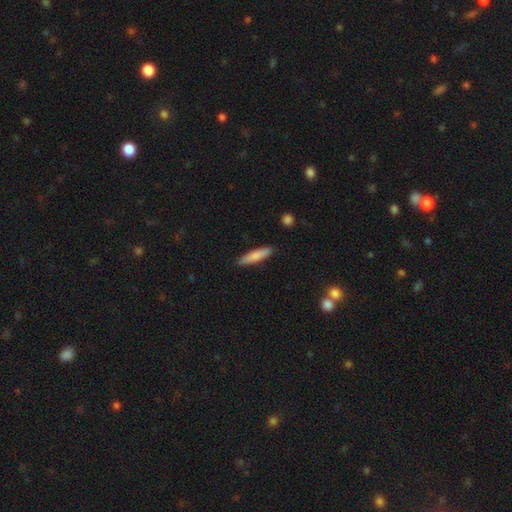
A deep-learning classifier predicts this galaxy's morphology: This appears to be a smooth galaxy with no disk features (81%) that is cigar-shaped (82%). Merging: none (89%).